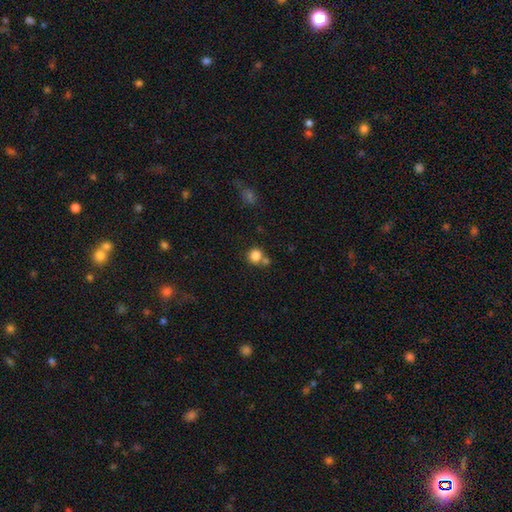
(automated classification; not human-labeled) Smooth or featured: smooth — 83% (star or artifact — 11%)
How rounded: round — 87% (in between — 12%)
Merging: none — 59% (merger — 27%)